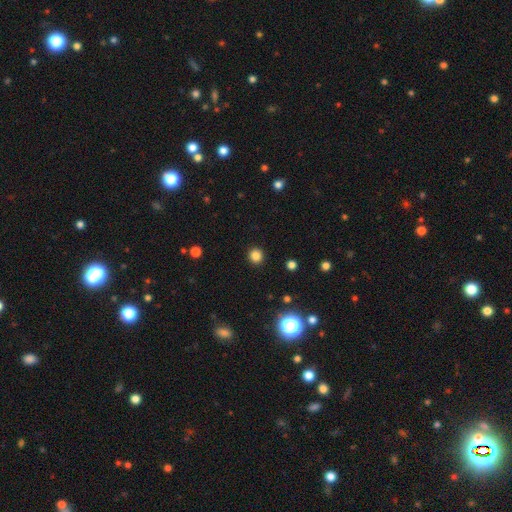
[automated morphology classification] This is clearly a smooth galaxy (83%). How rounded: clearly round (93%). Merging: clearly none (92%).